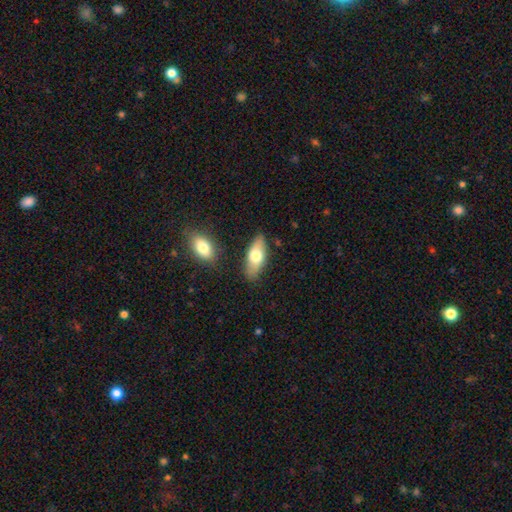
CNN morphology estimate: This appears to be a smooth galaxy with no disk features (68%) that is in between round and cigar-shaped (81%). Merging: none (82%).